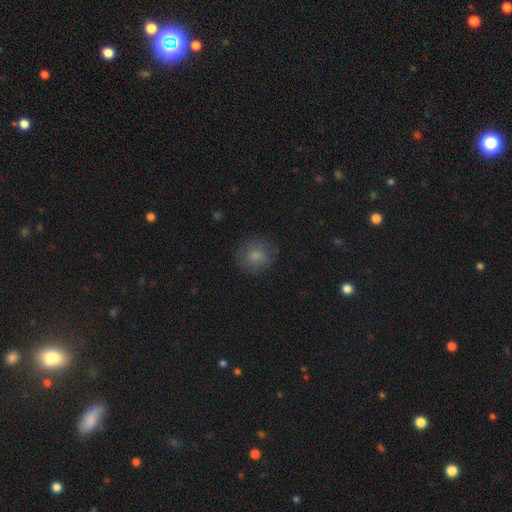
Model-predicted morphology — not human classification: smooth-or-featured: smooth: 80% | featured or disk: 11% | star or artifact: 9%
  how-rounded: round: 84% | in between: 15% | cigar-shaped: 1%
  merging: none: 80% | minor disturbance: 14% | major disturbance: 5% | merger: 1%